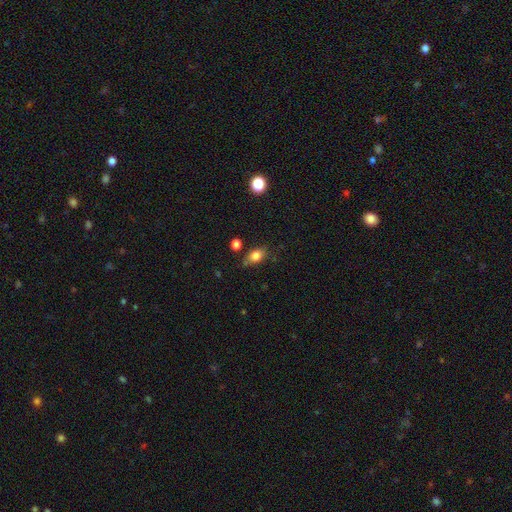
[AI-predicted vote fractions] Morphology: type=smooth (80%); roundness=in between (78%); merging=none (70%).